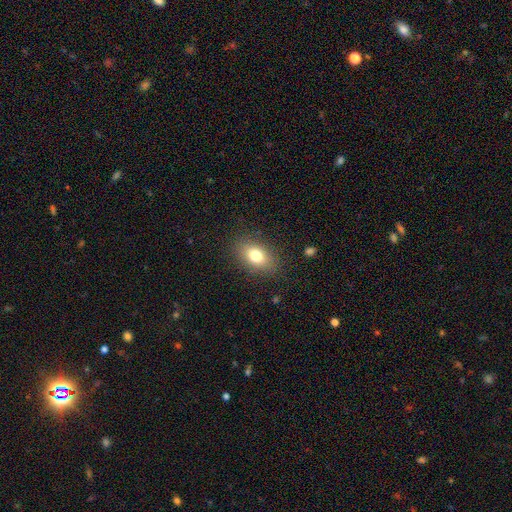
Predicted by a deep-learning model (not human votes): Smooth or featured?
  - smooth: 78% *
  - featured or disk: 13%
  - star or artifact: 10%
How rounded?
  - in between: 84% *
  - round: 14%
  - cigar-shaped: 3%
Merging?
  - none: 85% *
  - minor disturbance: 10%
  - major disturbance: 4%
  - merger: 1%